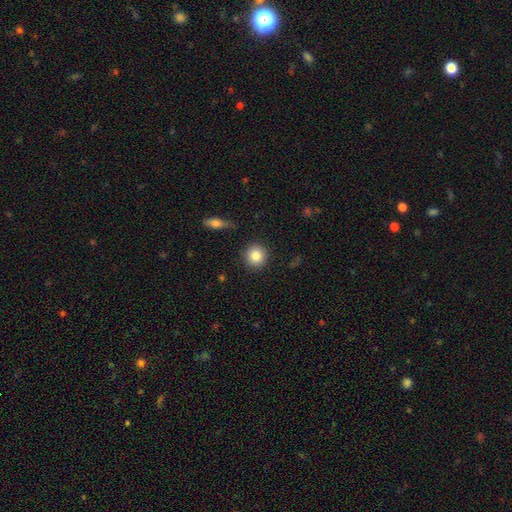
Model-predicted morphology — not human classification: smooth_or_featured: smooth (p=0.84) [alt: star or artifact p=0.09]
how_rounded: round (p=0.93) [alt: in between p=0.06]
merging: none (p=0.90) [alt: minor disturbance p=0.06]